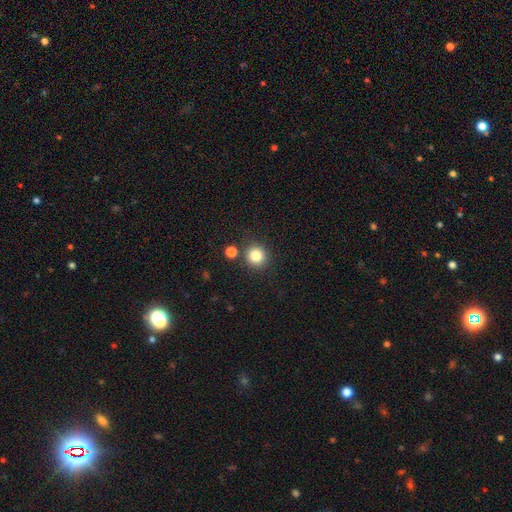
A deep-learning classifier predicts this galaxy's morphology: smooth-or-featured: smooth: 83% | star or artifact: 12% | featured or disk: 5%
  how-rounded: round: 93% | in between: 6% | cigar-shaped: 1%
  merging: none: 87% | minor disturbance: 6% | merger: 5% | major disturbance: 2%